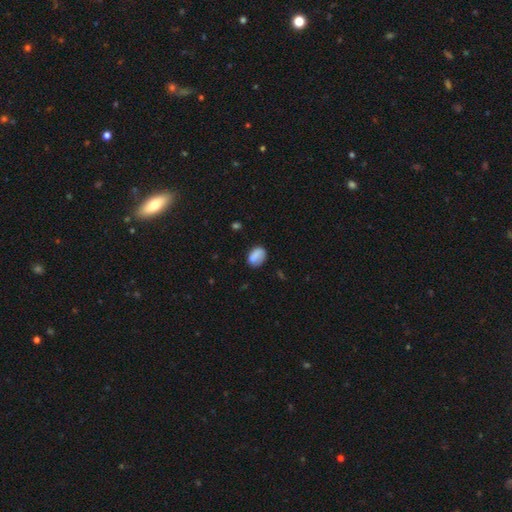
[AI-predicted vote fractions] A smooth galaxy with no disk features (81%) that is in between round and cigar-shaped (75%).

Vote fractions:
- Smooth or featured? smooth: 81% / featured or disk: 11% / star or artifact: 8%
- How rounded? in between: 75% / round: 23% / cigar-shaped: 2%
- Merging? none: 71% / minor disturbance: 21% / major disturbance: 6% / merger: 2%